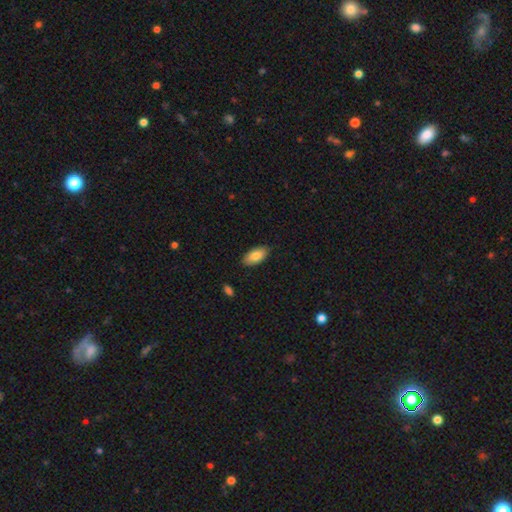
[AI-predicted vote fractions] Smooth or featured? smooth (84%)
How rounded? in between (93%)
Merging? none (85%)